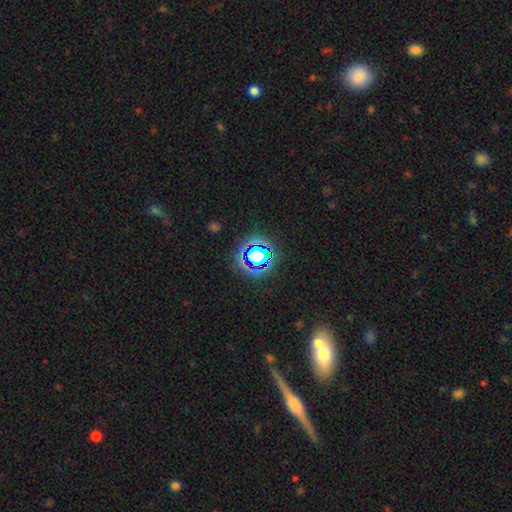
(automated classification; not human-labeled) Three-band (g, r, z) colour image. It shows a star or artifact, not a galaxy (67%).